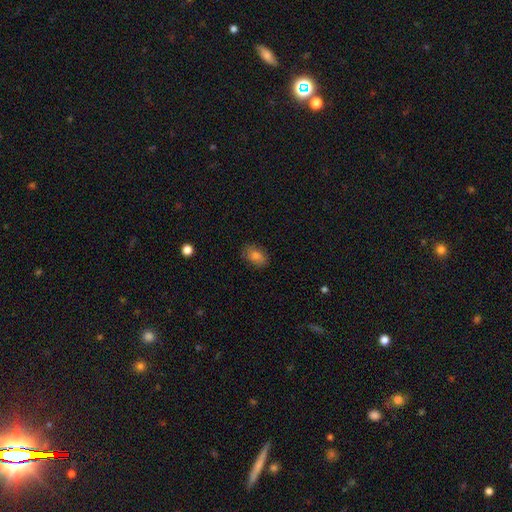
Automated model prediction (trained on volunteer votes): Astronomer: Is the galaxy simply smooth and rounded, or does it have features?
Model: smooth — 82%.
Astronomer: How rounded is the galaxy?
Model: in between — 86%.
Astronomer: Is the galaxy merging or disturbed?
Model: none — 83%.